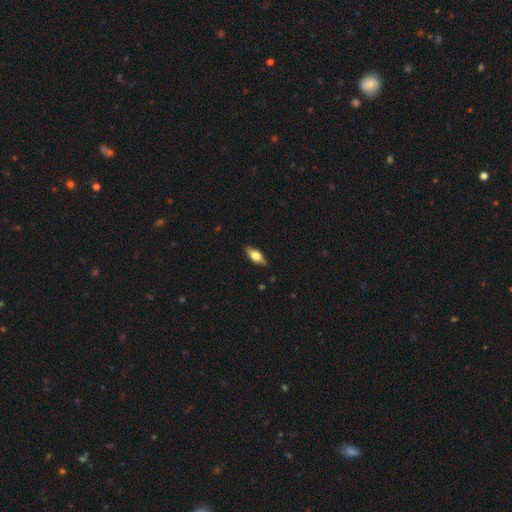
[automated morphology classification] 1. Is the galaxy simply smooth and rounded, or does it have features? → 51% featured or disk, 43% smooth, 6% star or artifact.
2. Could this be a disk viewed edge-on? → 91% yes, 9% no.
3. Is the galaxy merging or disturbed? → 86% none, 11% minor disturbance, 2% major disturbance, 1% merger.